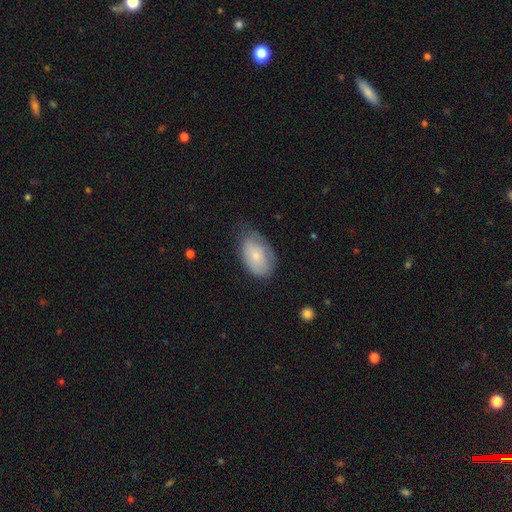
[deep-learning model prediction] smooth-or-featured: smooth: 67% | featured or disk: 26% | star or artifact: 7%
  how-rounded: in between: 90% | round: 9% | cigar-shaped: 1%
  merging: none: 54% | minor disturbance: 34% | major disturbance: 11% | merger: 1%